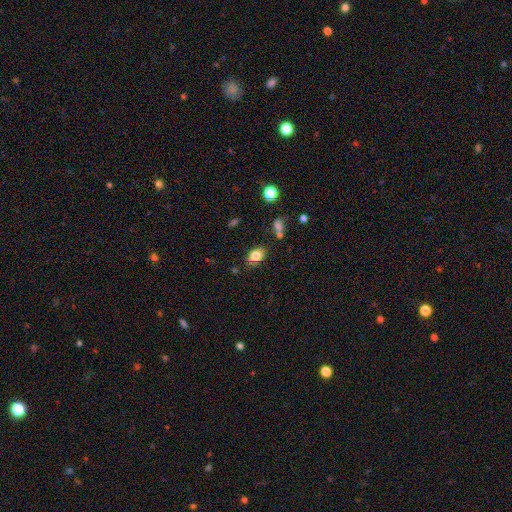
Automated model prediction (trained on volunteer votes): Smooth or featured: smooth — 81% (star or artifact — 10%)
How rounded: in between — 76% (round — 23%)
Merging: none — 76% (minor disturbance — 15%)